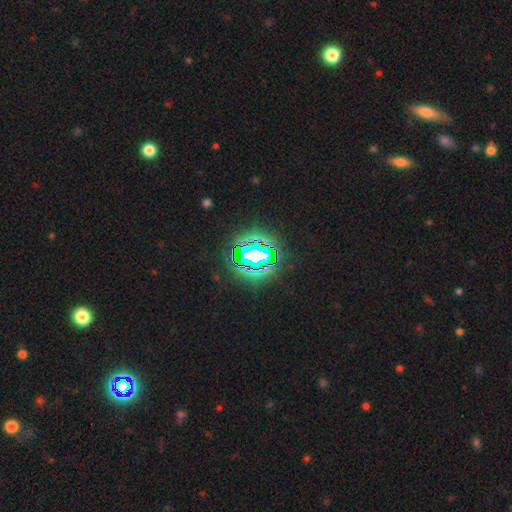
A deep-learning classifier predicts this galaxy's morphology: A star or artifact, not a galaxy (71%).